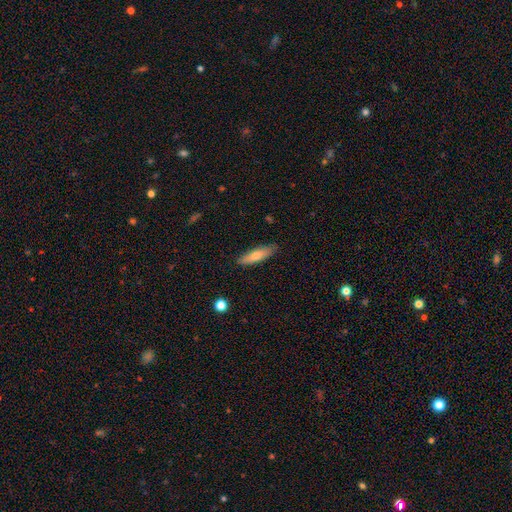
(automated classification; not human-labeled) Smooth or featured? Predicted: smooth (p=0.68). How rounded? Predicted: cigar-shaped (p=0.65). Merging? Predicted: none (p=0.86).